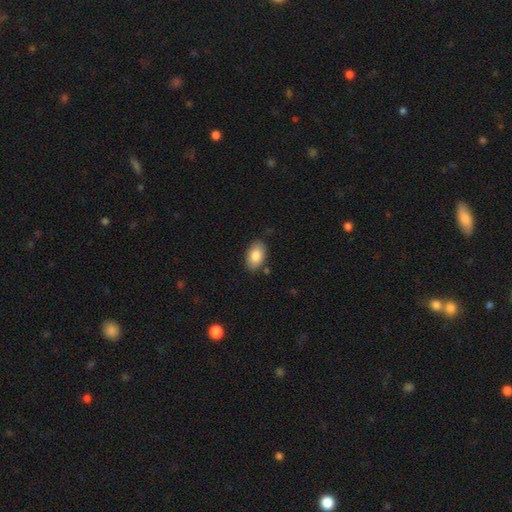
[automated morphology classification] This appears to be a smooth galaxy with no disk features (84%) that is in between round and cigar-shaped (92%). Merging: none (83%).